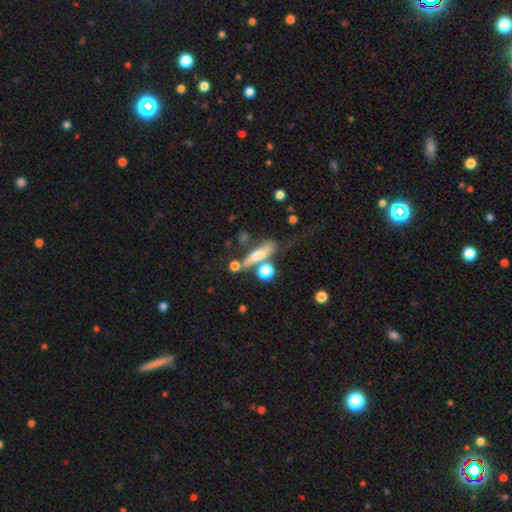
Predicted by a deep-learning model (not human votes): Smooth or featured? Predicted: smooth (p=0.51). How rounded? Predicted: cigar-shaped (p=0.57). Merging? Predicted: none (p=0.48).